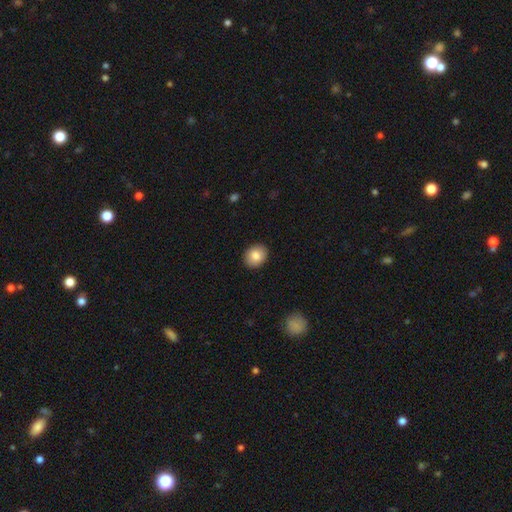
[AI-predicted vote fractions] A smooth galaxy with no disk features (84%) that is round (57%).

Vote fractions:
- Smooth or featured? smooth: 84% / star or artifact: 8% / featured or disk: 8%
- How rounded? round: 57% / in between: 42% / cigar-shaped: 1%
- Merging? none: 91% / minor disturbance: 6% / major disturbance: 2% / merger: 1%